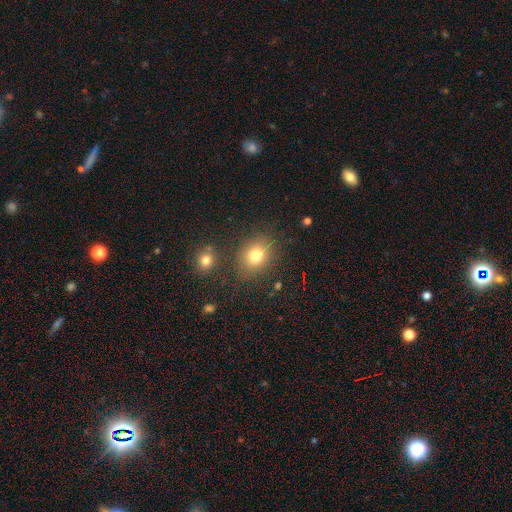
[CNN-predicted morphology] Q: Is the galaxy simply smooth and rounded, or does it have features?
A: smooth — 77%.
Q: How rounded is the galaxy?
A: round — 53%.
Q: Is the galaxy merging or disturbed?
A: none — 79%.